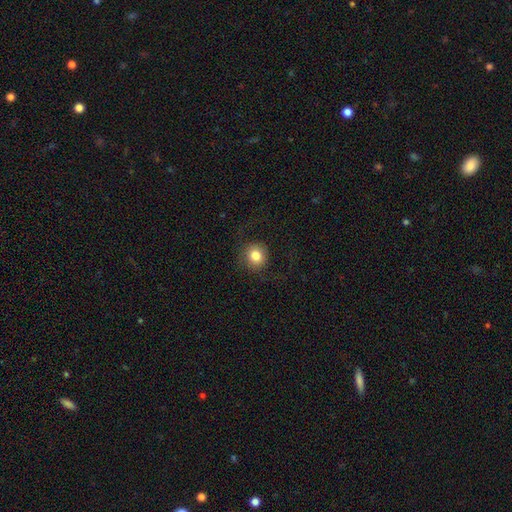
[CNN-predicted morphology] smooth-or-featured: smooth: 80% | star or artifact: 10% | featured or disk: 10%
  how-rounded: round: 91% | in between: 8% | cigar-shaped: 1%
  merging: none: 79% | minor disturbance: 11% | major disturbance: 9% | merger: 1%